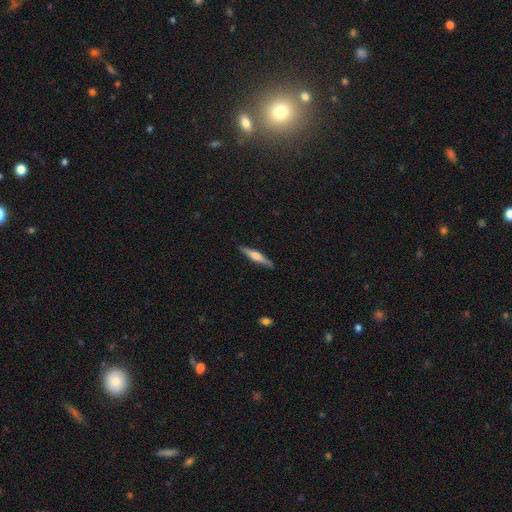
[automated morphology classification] A featured or disk galaxy (59%) viewed edge-on (97%) with a rounded central bulge (75%). Merging: none (90%).